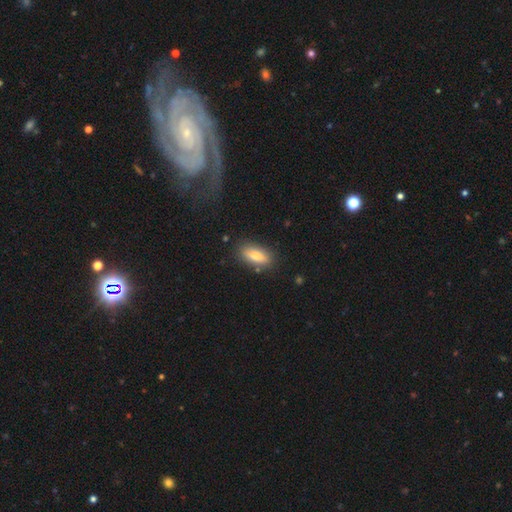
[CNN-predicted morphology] A smooth galaxy with no disk features (78%) that is in between round and cigar-shaped (80%).

Vote fractions:
- Smooth or featured? smooth: 78% / featured or disk: 15% / star or artifact: 7%
- How rounded? in between: 80% / cigar-shaped: 17% / round: 3%
- Merging? none: 83% / minor disturbance: 12% / major disturbance: 3% / merger: 3%